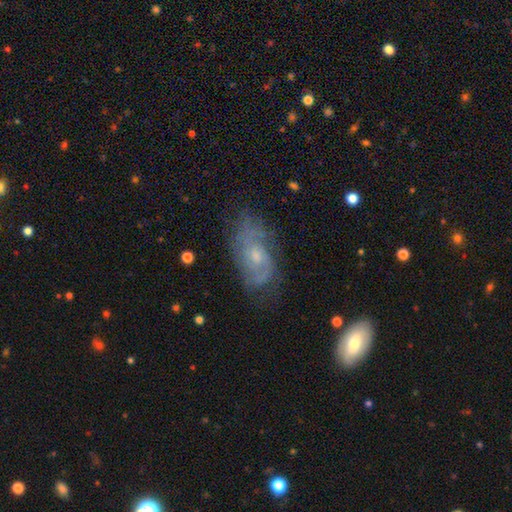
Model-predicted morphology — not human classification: Smooth or featured? Predicted: featured or disk (p=0.68). Edge-on disk? Predicted: no (p=0.94). Bar? Predicted: no (p=0.72). Spiral arms? Predicted: yes (p=0.84). Spiral winding? Predicted: tight (p=0.41). Spiral arm count? Predicted: 2 (p=0.45). Bulge size? Predicted: small (p=0.57). Merging? Predicted: none (p=0.62).